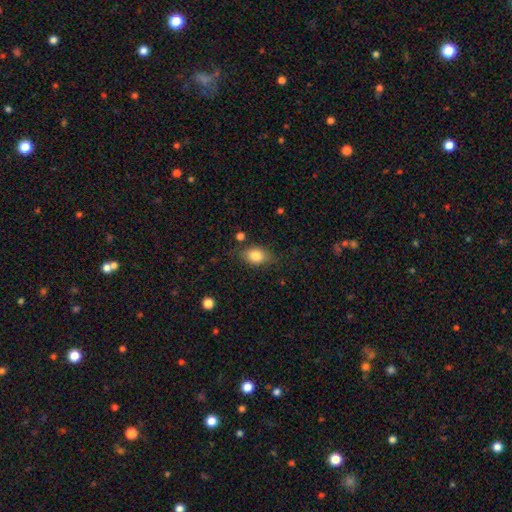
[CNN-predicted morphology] This is clearly a smooth galaxy (81%). How rounded: likely in between (74%). Merging: likely none (75%).